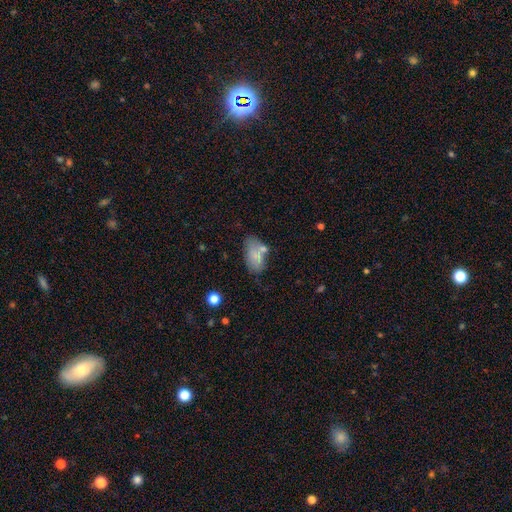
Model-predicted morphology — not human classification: This appears to be a smooth galaxy with no disk features (71%) that is in between round and cigar-shaped (92%). Merging: none (49%).